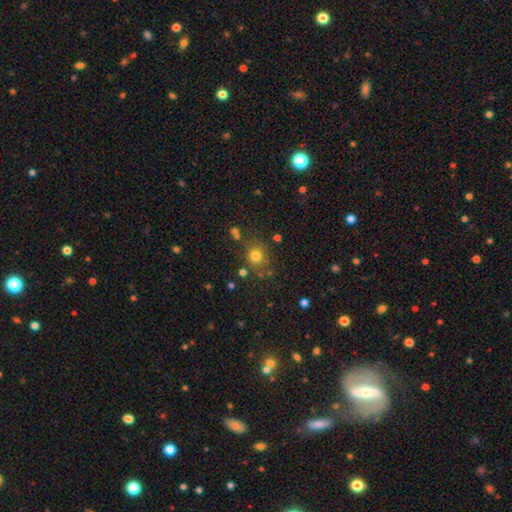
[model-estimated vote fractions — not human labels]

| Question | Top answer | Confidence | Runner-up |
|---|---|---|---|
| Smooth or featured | smooth | 75% | star or artifact (16%) |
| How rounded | round | 84% | in between (15%) |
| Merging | none | 76% | minor disturbance (12%) |